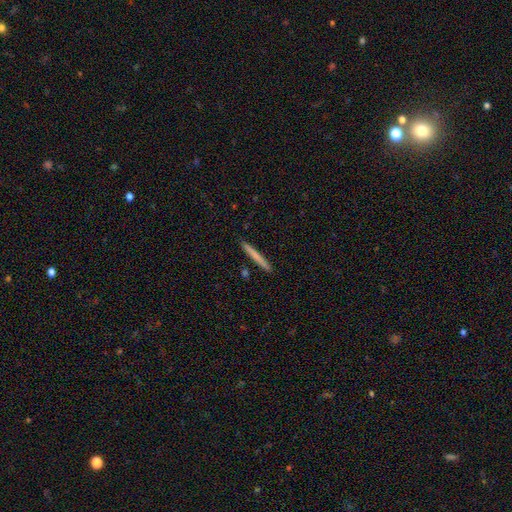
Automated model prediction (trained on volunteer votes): smooth_or_featured: smooth (p=0.69) [alt: featured or disk p=0.25]
how_rounded: cigar-shaped (p=0.97) [alt: in between p=0.02]
merging: none (p=0.92) [alt: minor disturbance p=0.05]